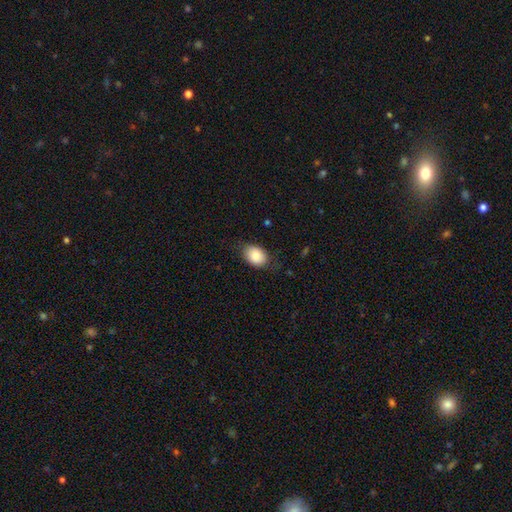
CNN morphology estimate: Overall: smooth (85%). How rounded: in between (76%). Merging: none (77%).